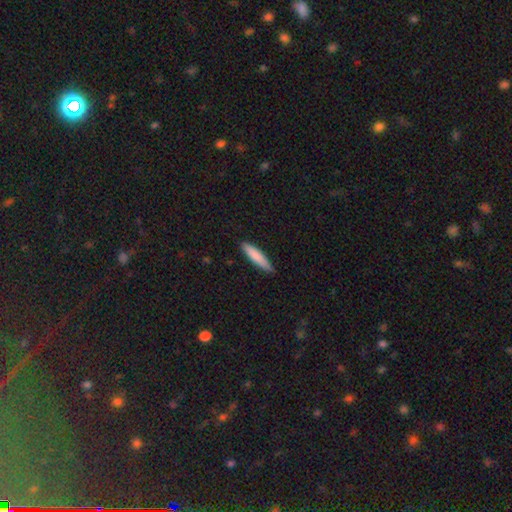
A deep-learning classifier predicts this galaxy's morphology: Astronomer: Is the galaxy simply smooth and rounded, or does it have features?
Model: smooth — 83%.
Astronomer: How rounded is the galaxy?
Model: cigar-shaped — 84%.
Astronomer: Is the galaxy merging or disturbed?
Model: none — 85%.